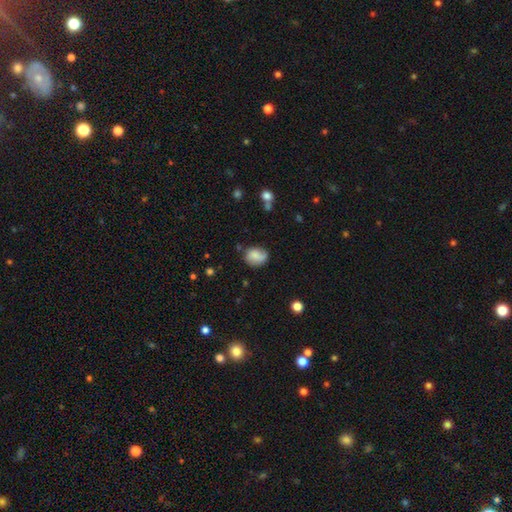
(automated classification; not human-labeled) Smooth or featured? smooth (73%)
How rounded? round (50%)
Merging? none (65%)